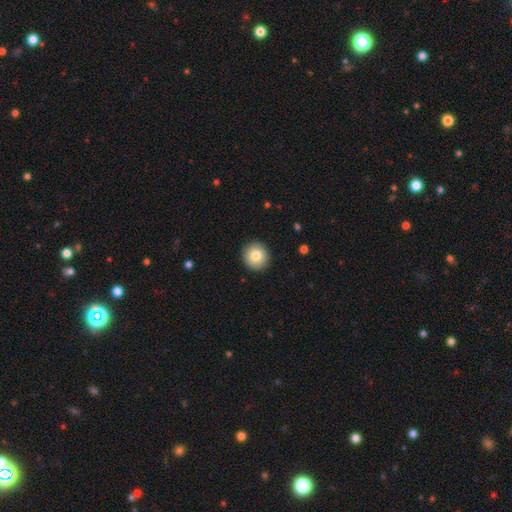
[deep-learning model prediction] Q: Smooth or featured?
A: smooth (81%); runner-up: featured or disk (11%)
Q: How rounded?
A: round (93%); runner-up: in between (6%)
Q: Merging?
A: none (92%); runner-up: minor disturbance (5%)